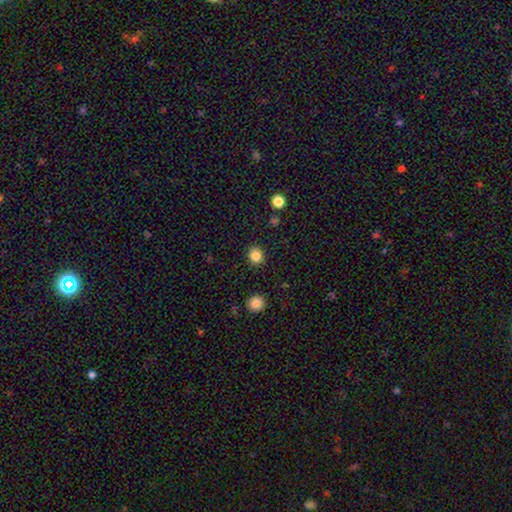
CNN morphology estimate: This is clearly a smooth galaxy (84%). How rounded: likely round (78%). Merging: clearly none (90%).